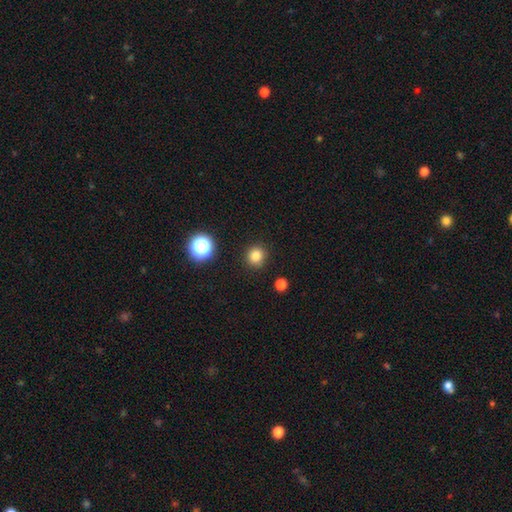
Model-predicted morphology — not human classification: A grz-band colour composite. It shows a smooth galaxy with no disk features (82%) that is round (91%). Merging: none (89%).